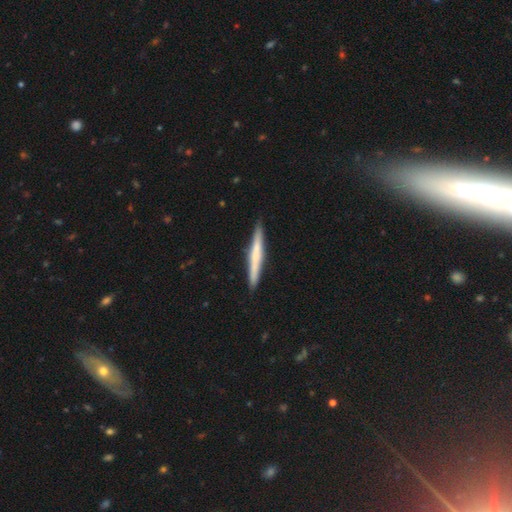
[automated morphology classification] smooth 52%, featured or disk 43%, star or artifact 5%. Down the decision tree: how rounded — cigar-shaped (96%); merging — none (90%).